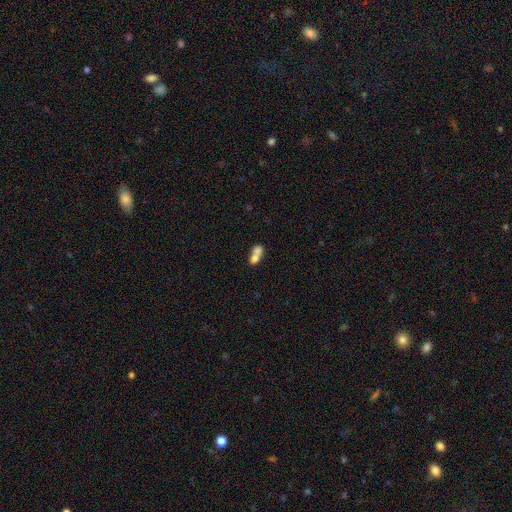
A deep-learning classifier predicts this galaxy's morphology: Smooth or featured? Predicted: smooth (p=0.69). How rounded? Predicted: in between (p=0.64). Merging? Predicted: merger (p=0.72).